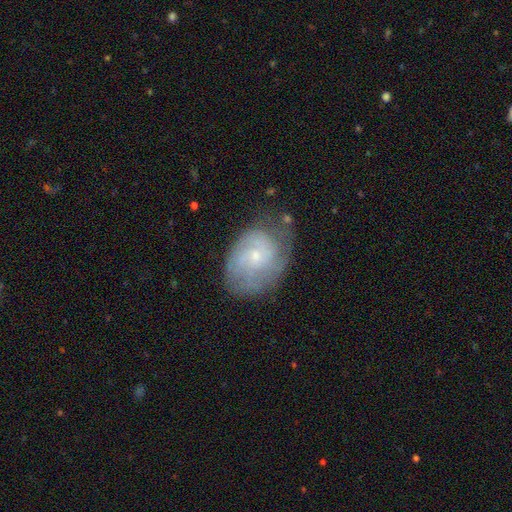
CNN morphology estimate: type=featured or disk (69%); edge-on=no (97%); bar=no (73%); spiral arms=yes (87%); winding=tight (54%); arm count=can't tell (43%); bulge=small (73%); merging=none (62%).